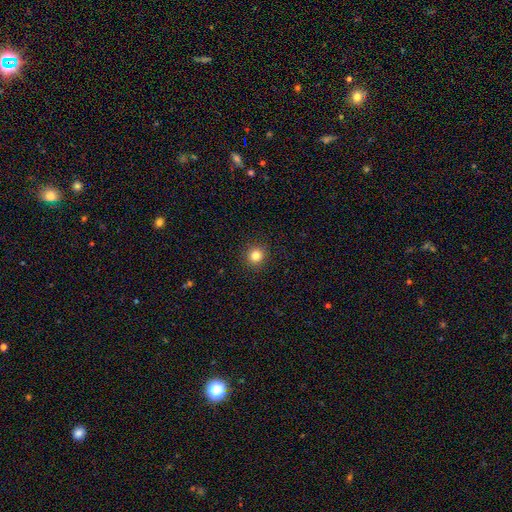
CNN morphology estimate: Overall: smooth (82%). How rounded: round (94%). Merging: none (92%).